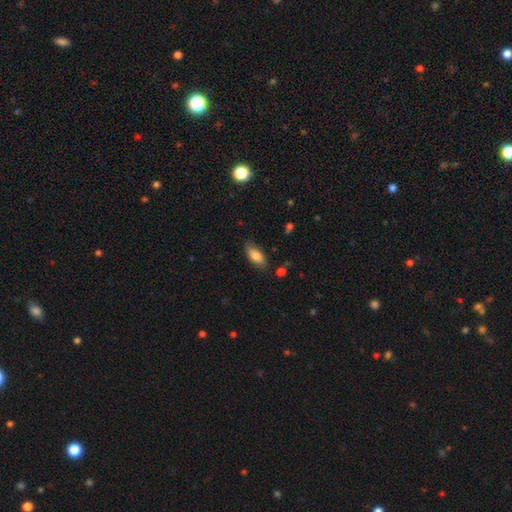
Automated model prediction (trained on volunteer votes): Morphology: type=smooth (80%); roundness=in between (86%); merging=none (79%).